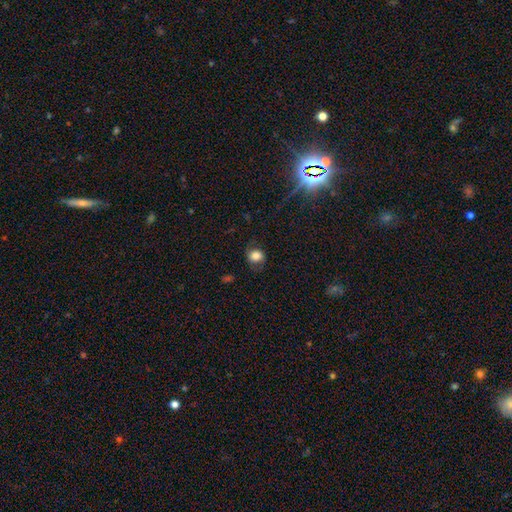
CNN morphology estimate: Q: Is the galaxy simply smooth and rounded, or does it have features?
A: smooth — 77%.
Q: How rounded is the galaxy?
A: round — 65%.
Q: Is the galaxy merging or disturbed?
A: none — 69%.